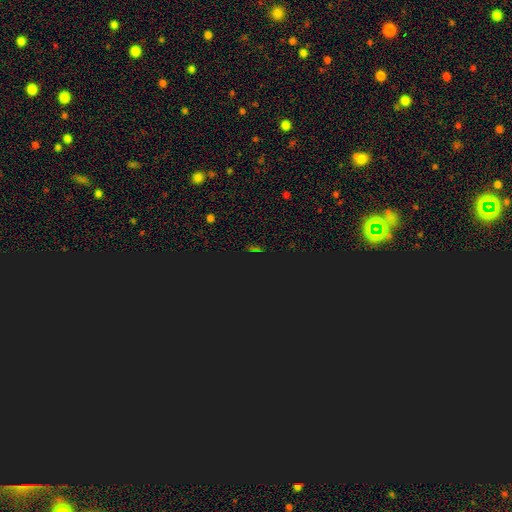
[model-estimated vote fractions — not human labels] The model was most divided on "smooth or featured": star or artifact: 69%, smooth: 22%, featured or disk: 9%.